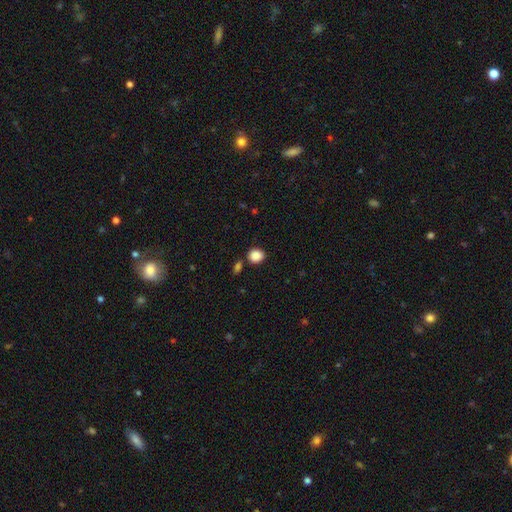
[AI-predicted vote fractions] Smooth or featured? smooth (88%)
How rounded? round (69%)
Merging? none (77%)